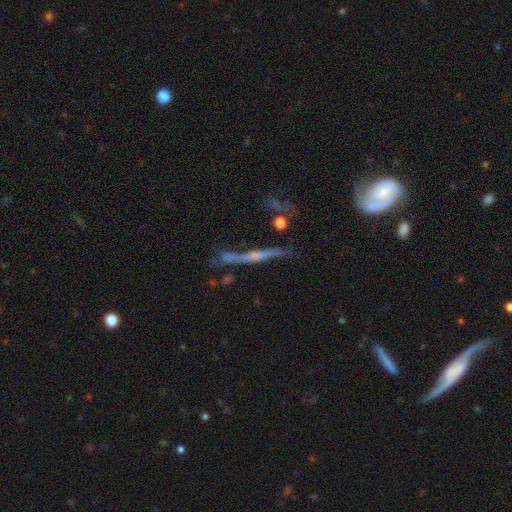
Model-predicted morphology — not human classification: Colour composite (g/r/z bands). It shows a featured or disk galaxy (68%) viewed edge-on (90%) with a rounded central bulge (46%). Merging: none (65%).